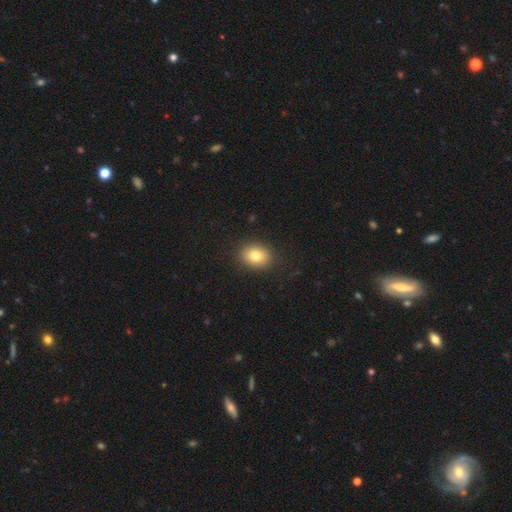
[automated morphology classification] Smooth or featured? smooth (81%)
How rounded? in between (56%)
Merging? none (88%)